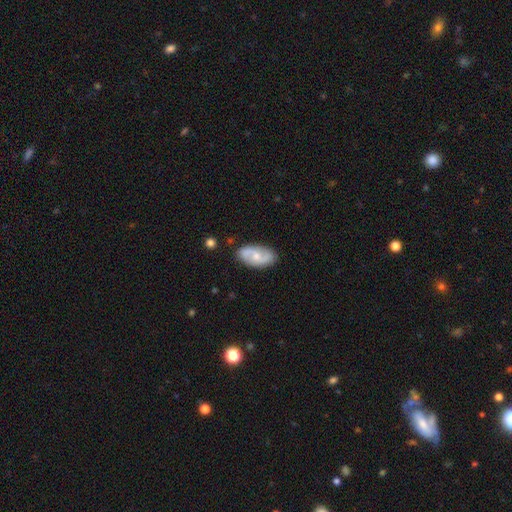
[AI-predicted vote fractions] smooth_or_featured: featured or disk (p=0.63) [alt: smooth p=0.32]
disk_edge_on: no (p=0.95) [alt: yes p=0.05]
bar: no (p=0.57) [alt: weak p=0.37]
has_spiral_arms: yes (p=0.88) [alt: no p=0.12]
spiral_winding: medium (p=0.44) [alt: loose p=0.36]
spiral_arm_count: 2 (p=0.86) [alt: can't tell p=0.09]
bulge_size: moderate (p=0.50) [alt: small p=0.42]
merging: none (p=0.82) [alt: minor disturbance p=0.13]